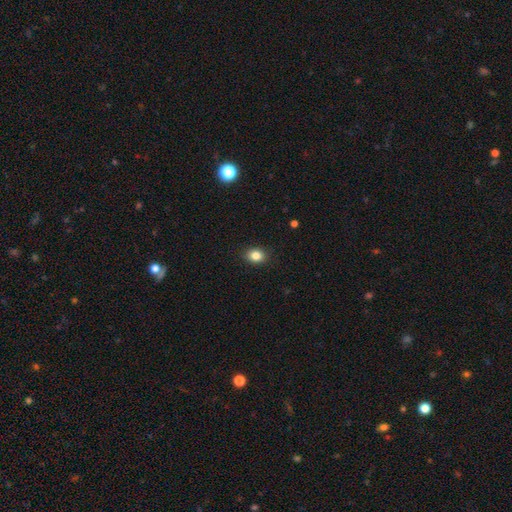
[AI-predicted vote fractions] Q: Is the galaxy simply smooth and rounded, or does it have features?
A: smooth — 85%.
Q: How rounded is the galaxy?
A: in between — 52%.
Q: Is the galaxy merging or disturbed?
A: none — 89%.